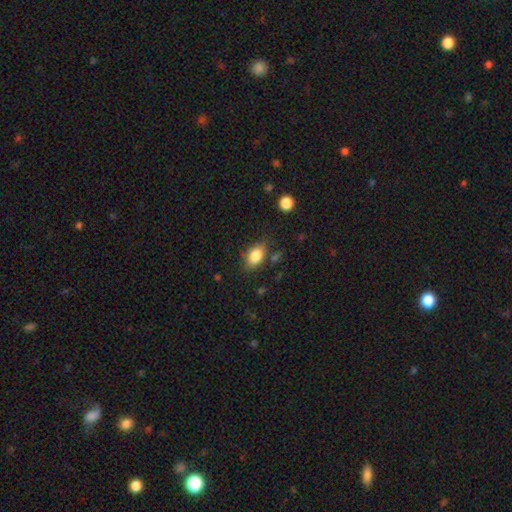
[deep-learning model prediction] Overall: smooth (83%). How rounded: in between (85%). Merging: none (75%).